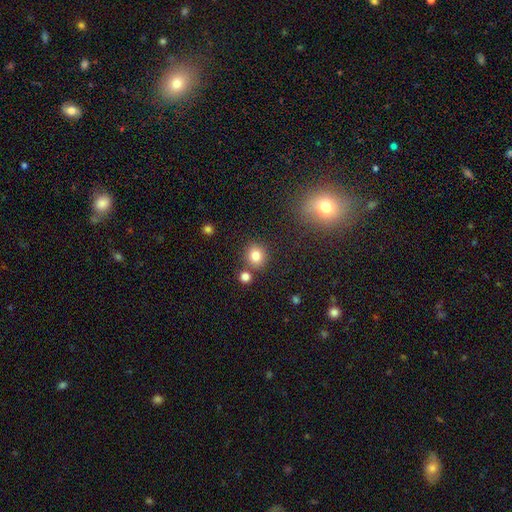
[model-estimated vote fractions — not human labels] smooth-or-featured: smooth: 81% | star or artifact: 12% | featured or disk: 7%
  how-rounded: round: 84% | in between: 15% | cigar-shaped: 1%
  merging: none: 79% | merger: 10% | minor disturbance: 8% | major disturbance: 3%